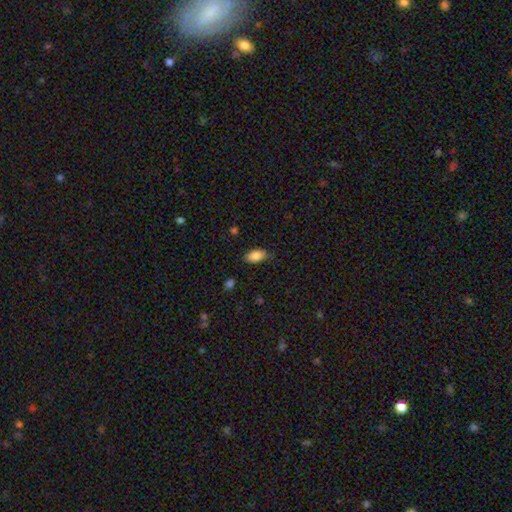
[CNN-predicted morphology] This appears to be a smooth galaxy with no disk features (86%) that is in between round and cigar-shaped (92%). Merging: none (78%).